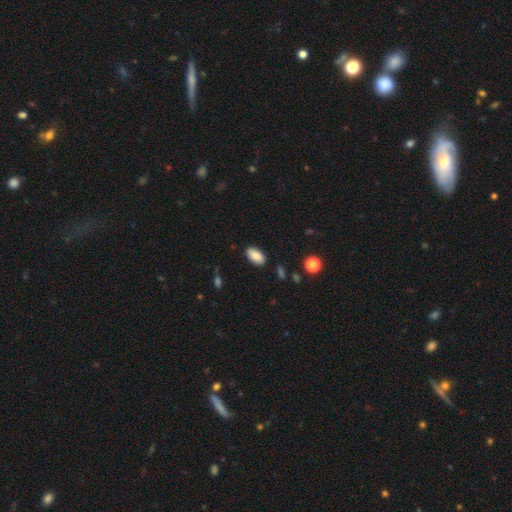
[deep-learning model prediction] A smooth galaxy with no disk features (85%) that is in between round and cigar-shaped (94%). Merging: none (87%).